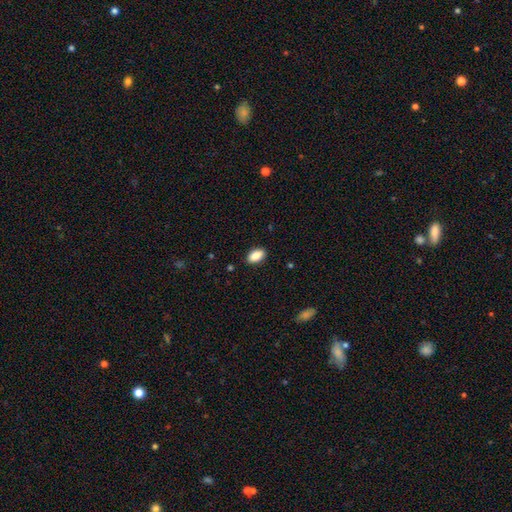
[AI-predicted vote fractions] Morphology: type=smooth (87%); roundness=in between (92%); merging=none (89%).